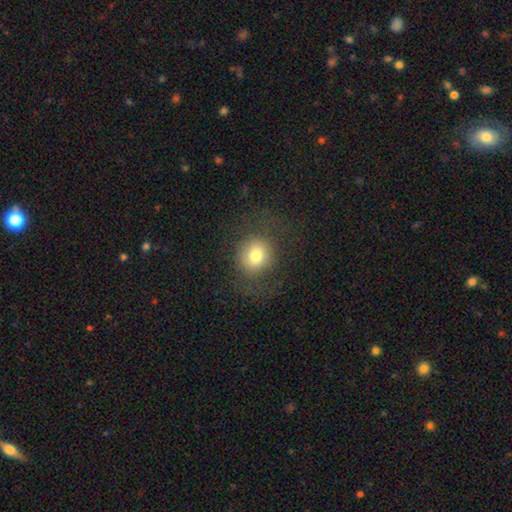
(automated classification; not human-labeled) Q: Smooth or featured?
A: smooth (75%); runner-up: featured or disk (14%)
Q: How rounded?
A: round (83%); runner-up: in between (16%)
Q: Merging?
A: none (72%); runner-up: major disturbance (14%)